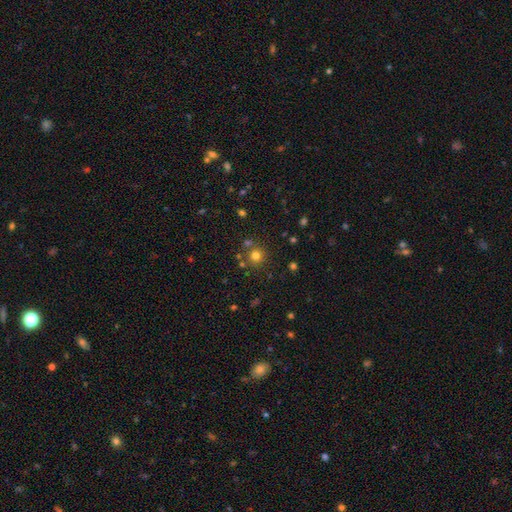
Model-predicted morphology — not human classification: smooth_or_featured: smooth (p=0.73) [alt: star or artifact p=0.19]
how_rounded: round (p=0.93) [alt: in between p=0.06]
merging: none (p=0.78) [alt: merger p=0.10]